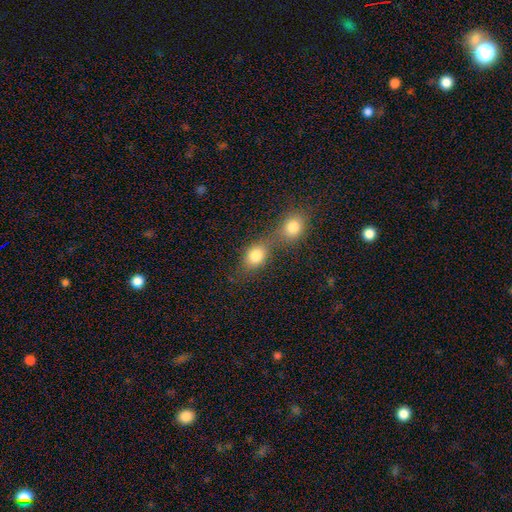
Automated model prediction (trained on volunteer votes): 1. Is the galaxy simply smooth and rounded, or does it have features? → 81% smooth, 10% star or artifact, 9% featured or disk.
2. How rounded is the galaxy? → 52% in between, 46% round, 2% cigar-shaped.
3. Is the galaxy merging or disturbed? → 55% merger, 33% none, 8% minor disturbance, 4% major disturbance.